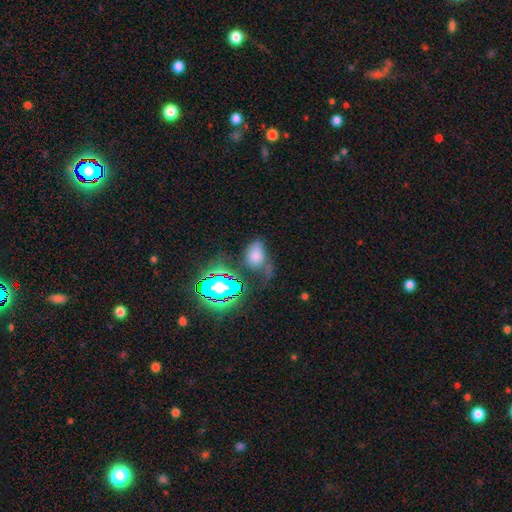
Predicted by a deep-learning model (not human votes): smooth_or_featured: smooth (p=0.61) [alt: star or artifact p=0.21]
how_rounded: in between (p=0.79) [alt: round p=0.19]
merging: major disturbance (p=0.34) [alt: none p=0.30]